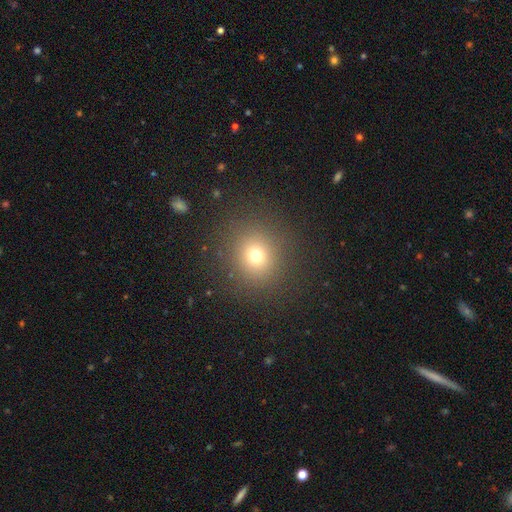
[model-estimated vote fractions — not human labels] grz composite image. It shows a smooth galaxy with no disk features (71%) that is round (86%). Merging: none (88%).